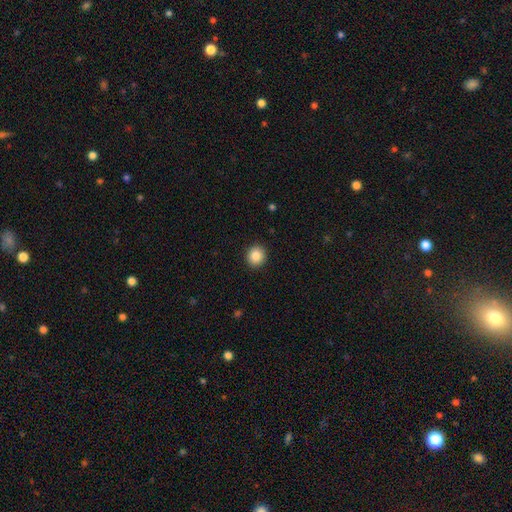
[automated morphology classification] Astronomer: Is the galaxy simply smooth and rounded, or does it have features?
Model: smooth — 87%.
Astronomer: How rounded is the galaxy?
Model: round — 87%.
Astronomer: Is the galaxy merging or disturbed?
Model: none — 91%.